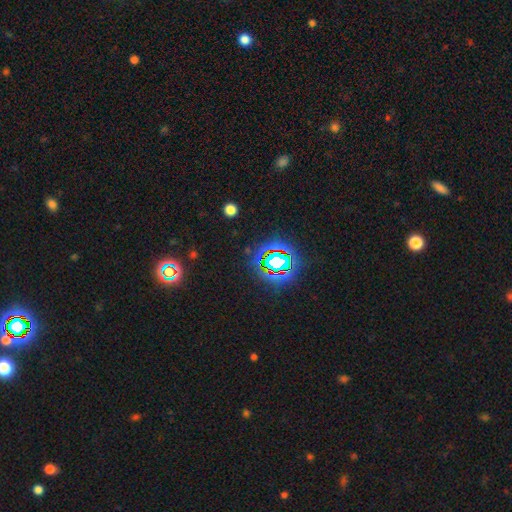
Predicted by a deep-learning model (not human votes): smooth-or-featured: star or artifact: 78% | smooth: 14% | featured or disk: 8%